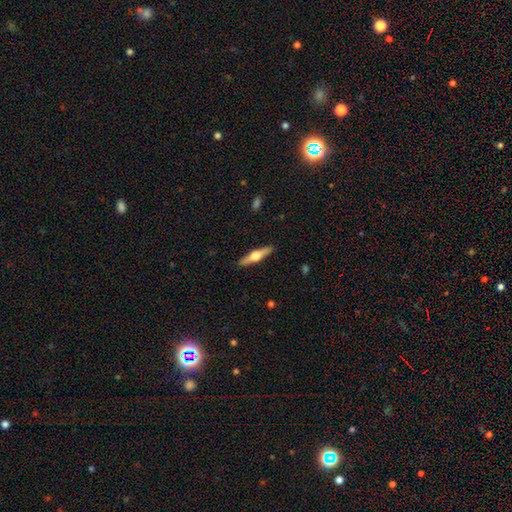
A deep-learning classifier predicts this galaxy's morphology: type=featured or disk (63%); edge-on=yes (96%); edge-on bulge=rounded (95%); merging=none (91%).